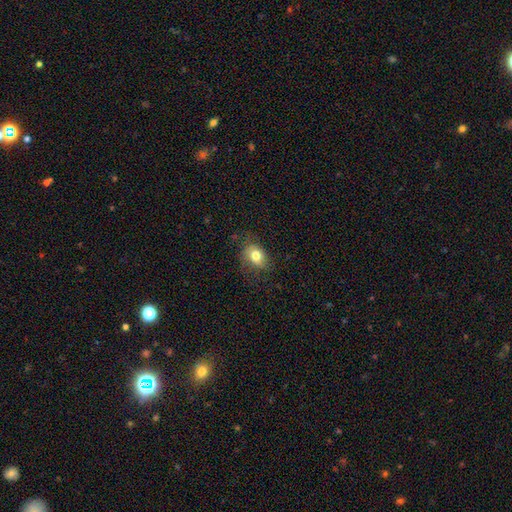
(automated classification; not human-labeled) Smooth or featured?
  - smooth: 77% *
  - featured or disk: 13%
  - star or artifact: 10%
How rounded?
  - in between: 63% *
  - round: 36%
  - cigar-shaped: 1%
Merging?
  - none: 67% *
  - minor disturbance: 23%
  - major disturbance: 9%
  - merger: 1%